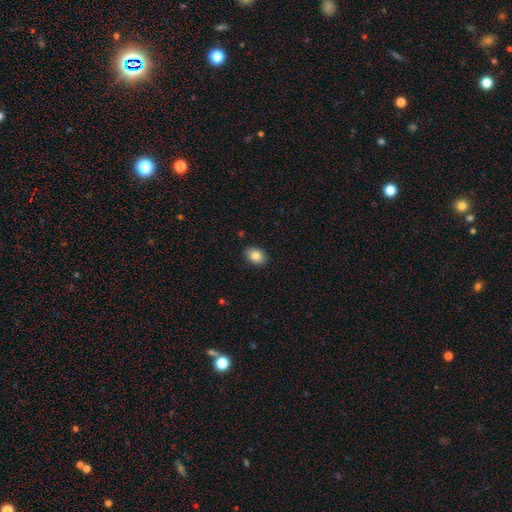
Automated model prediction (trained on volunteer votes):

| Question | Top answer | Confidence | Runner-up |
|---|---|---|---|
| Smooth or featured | smooth | 84% | star or artifact (8%) |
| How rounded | in between | 72% | round (27%) |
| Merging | none | 89% | minor disturbance (8%) |